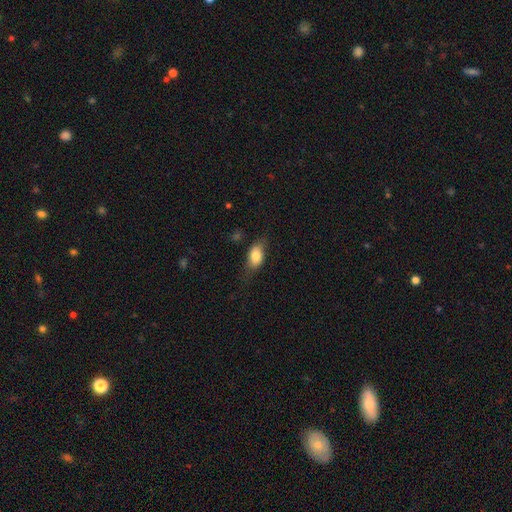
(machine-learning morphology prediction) Overall: smooth (76%). How rounded: in between (84%). Merging: none (65%).